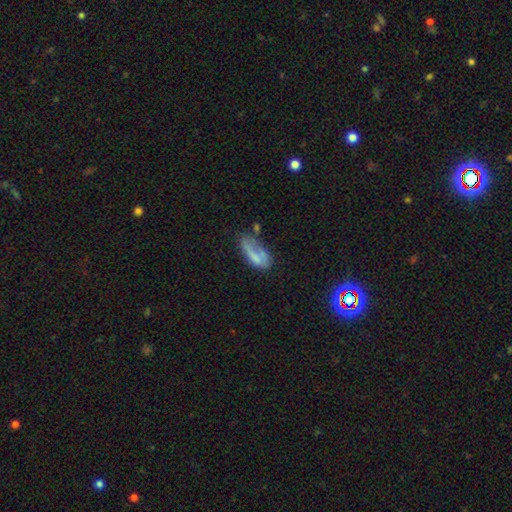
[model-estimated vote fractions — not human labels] This is likely a smooth galaxy (62%). How rounded: likely in between (80%). Merging: marginally major disturbance (31%).